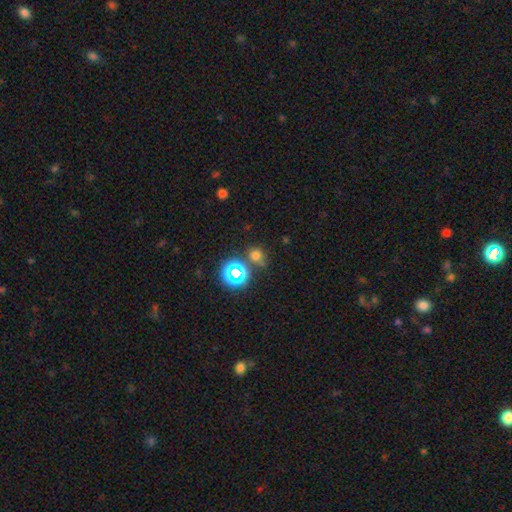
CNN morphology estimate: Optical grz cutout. It shows a smooth galaxy with no disk features (61%) that is round (82%). Merging: none (70%).